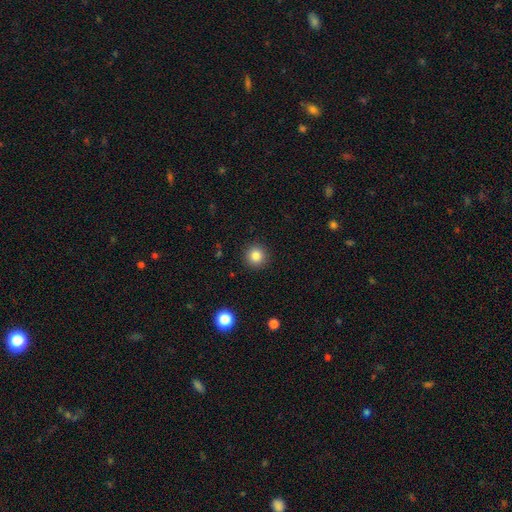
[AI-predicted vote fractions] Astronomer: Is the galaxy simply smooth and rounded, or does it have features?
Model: smooth — 84%.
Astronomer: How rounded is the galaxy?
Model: round — 95%.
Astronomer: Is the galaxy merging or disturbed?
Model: none — 92%.